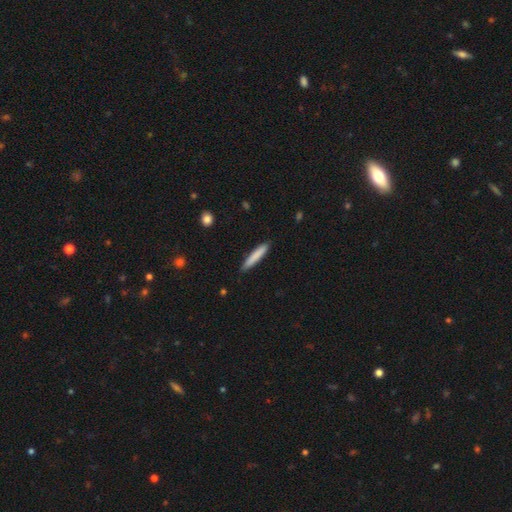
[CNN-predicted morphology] Smooth or featured? Predicted: smooth (p=0.81). How rounded? Predicted: cigar-shaped (p=0.93). Merging? Predicted: none (p=0.88).